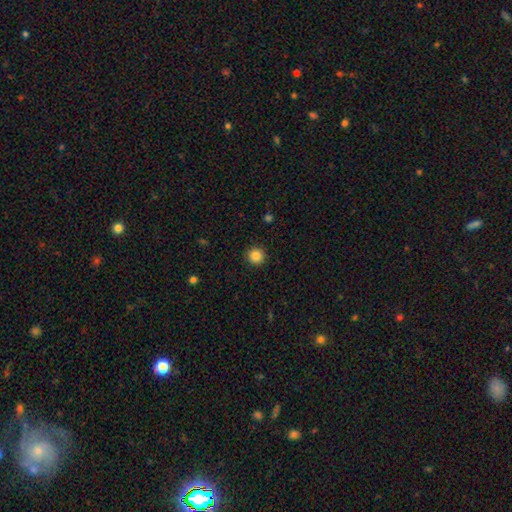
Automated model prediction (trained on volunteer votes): This appears to be a smooth galaxy with no disk features (85%) that is round (95%). Merging: none (92%).